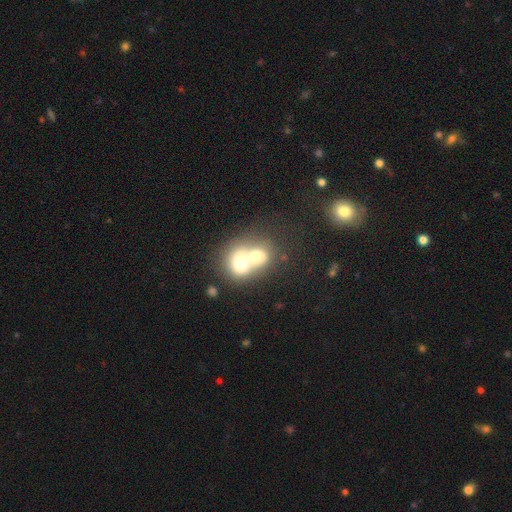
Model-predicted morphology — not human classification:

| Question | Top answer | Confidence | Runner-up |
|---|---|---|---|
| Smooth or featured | smooth | 61% | featured or disk (27%) |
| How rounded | round | 61% | in between (38%) |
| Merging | merger | 76% | none (16%) |